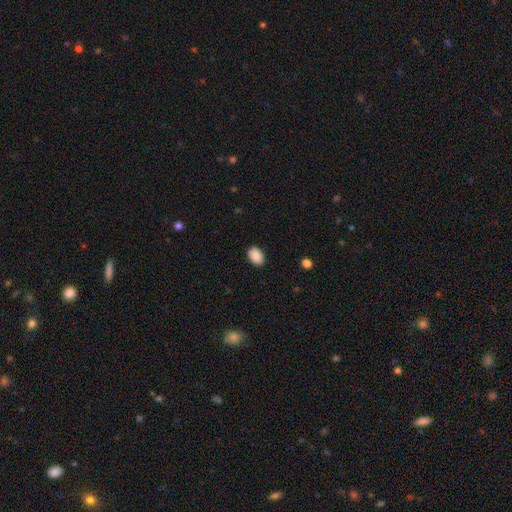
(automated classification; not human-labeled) Smooth or featured? Predicted: smooth (p=0.89). How rounded? Predicted: in between (p=0.87). Merging? Predicted: none (p=0.89).